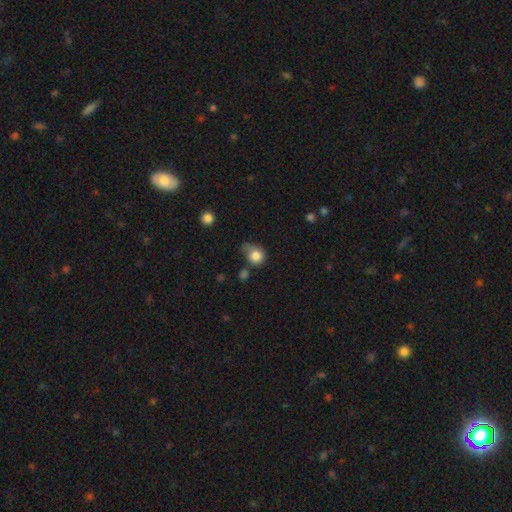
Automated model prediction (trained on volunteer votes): A smooth galaxy with no disk features (82%) that is round (71%). Merging: none (40%).